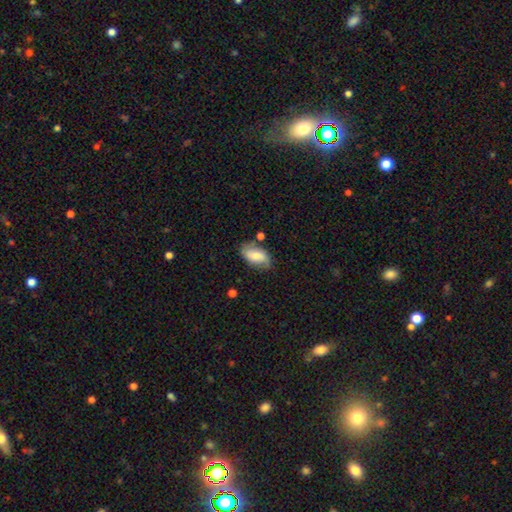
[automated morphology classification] Overall: smooth (59%; featured or disk 33%). How rounded: in between (91%). Merging: none (65%).